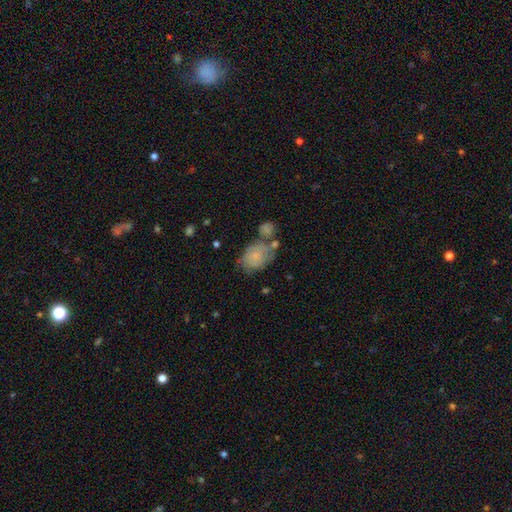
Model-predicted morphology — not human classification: A smooth galaxy with no disk features (68%) that is in between round and cigar-shaped (74%). Merging: none (38%).